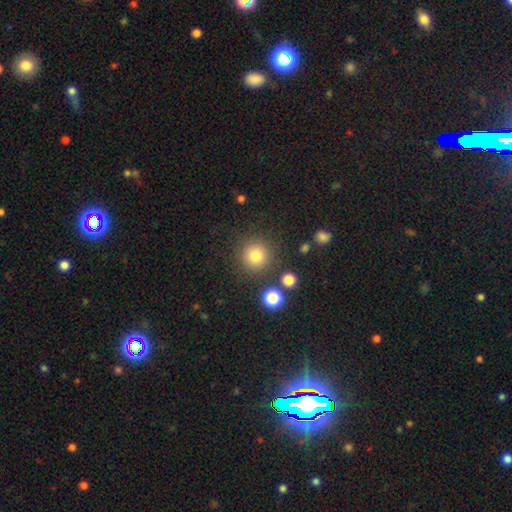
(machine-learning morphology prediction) Q: Smooth or featured?
A: smooth (80%); runner-up: star or artifact (13%)
Q: How rounded?
A: round (94%); runner-up: in between (5%)
Q: Merging?
A: none (85%); runner-up: minor disturbance (7%)